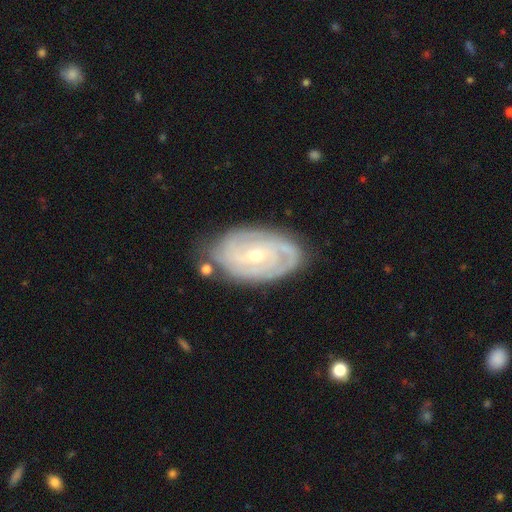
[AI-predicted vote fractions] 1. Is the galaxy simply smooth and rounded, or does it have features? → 84% featured or disk, 11% smooth, 5% star or artifact.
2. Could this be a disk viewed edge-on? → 95% no, 5% yes.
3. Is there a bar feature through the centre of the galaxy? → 52% no, 38% weak, 10% strong.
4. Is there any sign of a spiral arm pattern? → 95% yes, 5% no.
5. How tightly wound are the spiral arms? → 74% tight, 21% medium, 4% loose.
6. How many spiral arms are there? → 29% can't tell, 24% 3, 24% 2, 13% 4, 5% more than 4, 4% 1.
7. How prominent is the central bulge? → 58% small, 40% moderate, 1% large, 1% none, 1% dominant.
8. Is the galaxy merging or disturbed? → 75% none, 18% minor disturbance, 4% major disturbance, 3% merger.